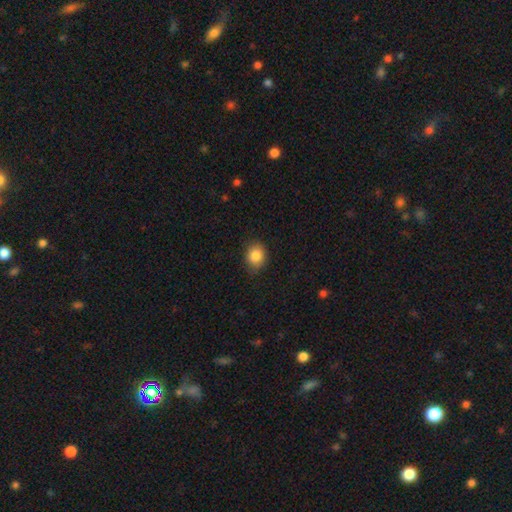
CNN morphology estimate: Smooth or featured?
  - smooth: 85% *
  - star or artifact: 9%
  - featured or disk: 6%
How rounded?
  - round: 58% *
  - in between: 41%
  - cigar-shaped: 1%
Merging?
  - none: 80% *
  - minor disturbance: 16%
  - major disturbance: 3%
  - merger: 1%